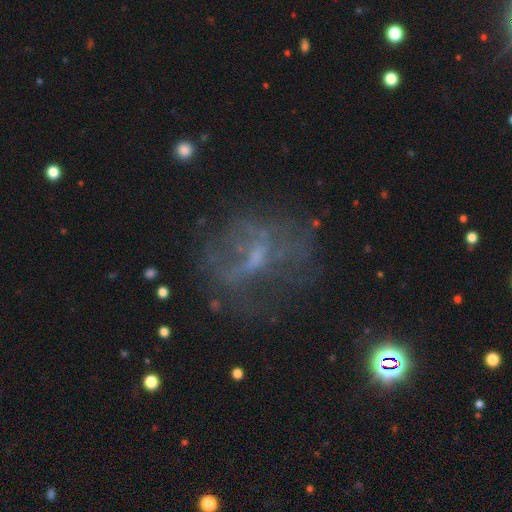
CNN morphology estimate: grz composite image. It shows a featured or disk galaxy (53%). Merging: none (51%).